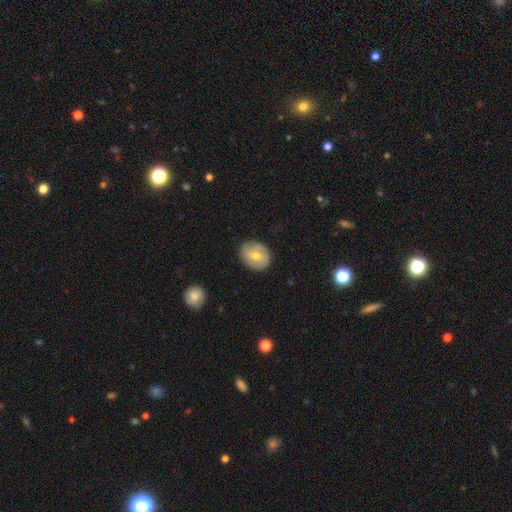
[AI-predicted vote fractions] The model was most divided on "how rounded": round: 53%, in between: 46%, cigar-shaped: 1%. More confident: merging — none (79%); smooth or featured — smooth (57%).